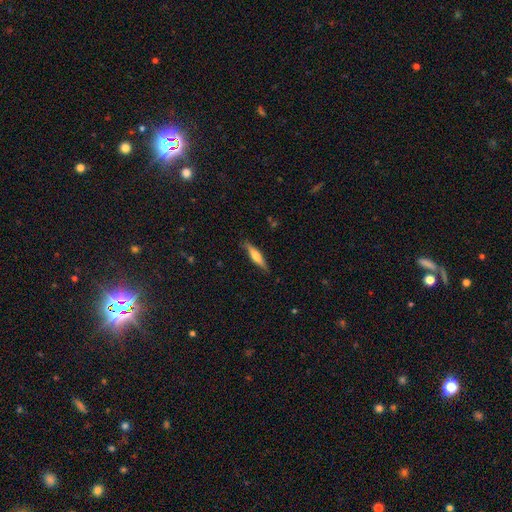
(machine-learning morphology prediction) Smooth or featured: smooth — 49% (featured or disk — 45%)
Merging: none — 85% (minor disturbance — 11%)